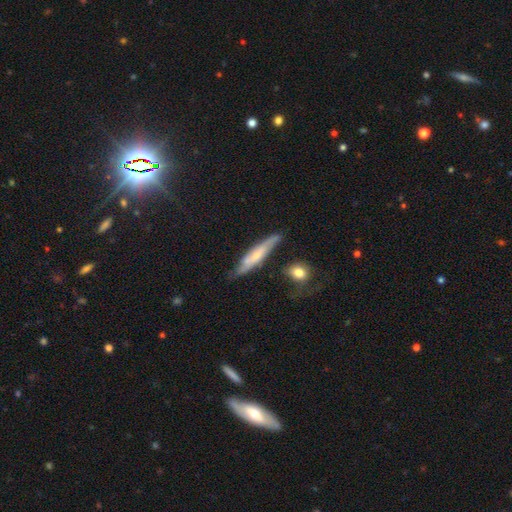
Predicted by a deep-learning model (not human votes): This is possibly a smooth galaxy (48%). Merging: likely none (68%).